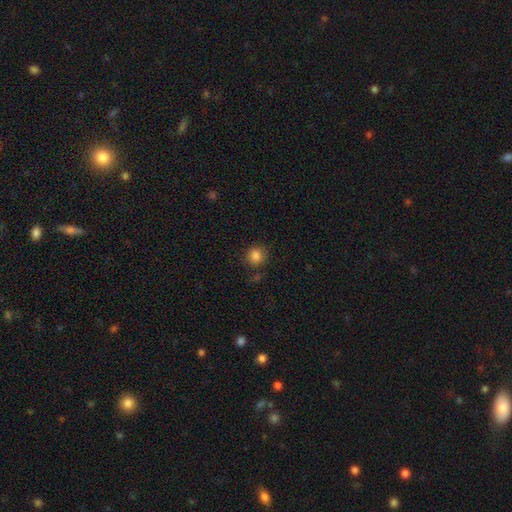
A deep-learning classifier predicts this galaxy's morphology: Smooth or featured? smooth (84%)
How rounded? round (88%)
Merging? none (81%)